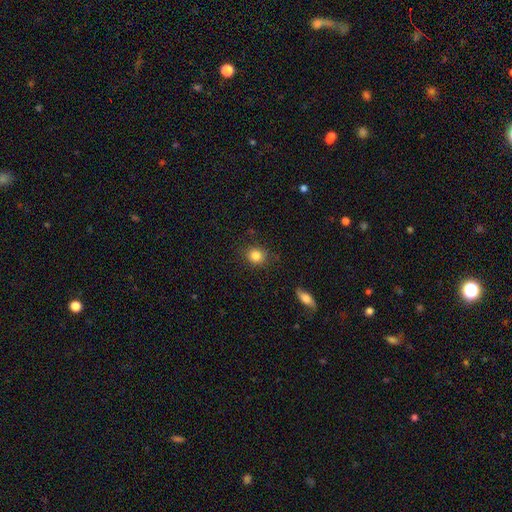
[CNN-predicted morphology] This appears to be a smooth galaxy with no disk features (84%) that is round (77%). Merging: none (84%).